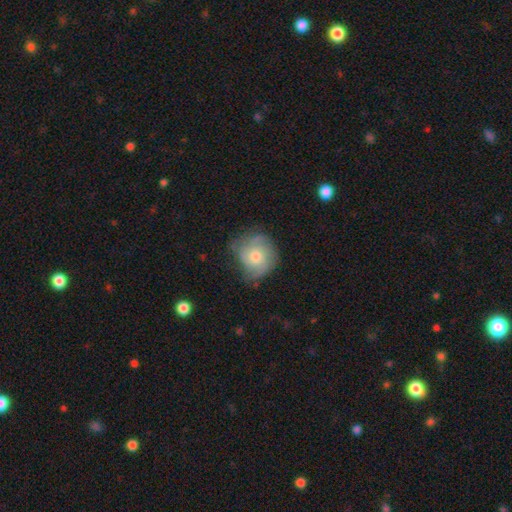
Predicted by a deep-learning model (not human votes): featured or disk 51%, smooth 41%, star or artifact 8%. Down the decision tree: edge-on disk — no (97%); merging — none (62%).